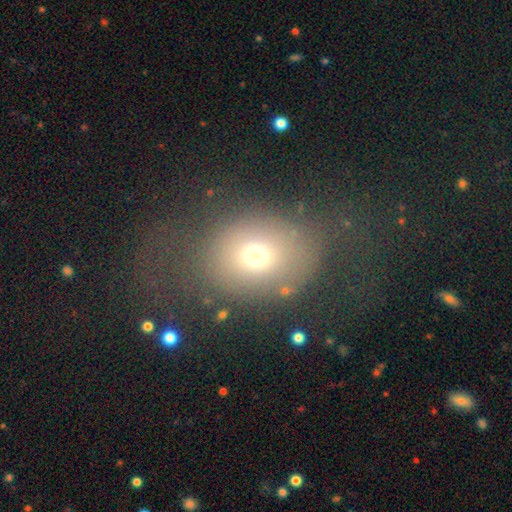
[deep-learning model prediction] Smooth or featured?
  - smooth: 68% *
  - star or artifact: 17%
  - featured or disk: 15%
How rounded?
  - round: 52% *
  - in between: 47%
  - cigar-shaped: 1%
Merging?
  - none: 58% *
  - major disturbance: 21%
  - minor disturbance: 17%
  - merger: 4%